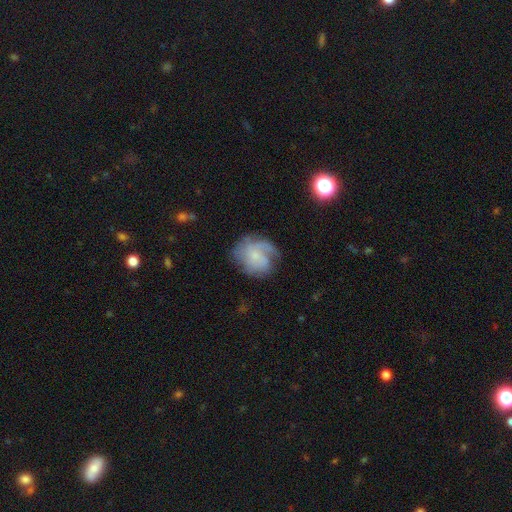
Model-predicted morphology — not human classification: This appears to be a featured or disk galaxy (64%) with no bar (72%), 1 (29%) medium (39%) spiral arms (87%) and a small central bulge (63%). Merging: none (55%).